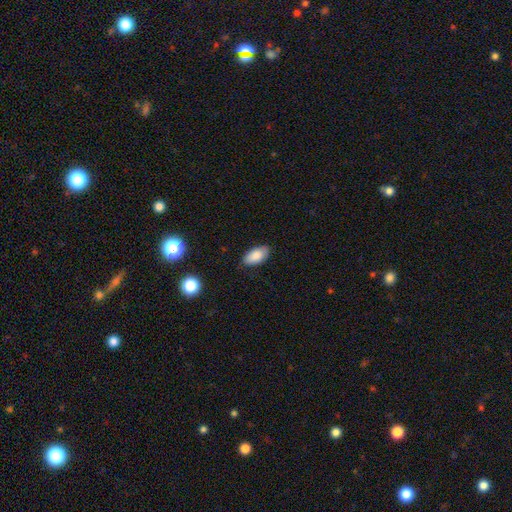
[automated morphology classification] Smooth or featured? Predicted: smooth (p=0.86). How rounded? Predicted: in between (p=0.94). Merging? Predicted: none (p=0.82).